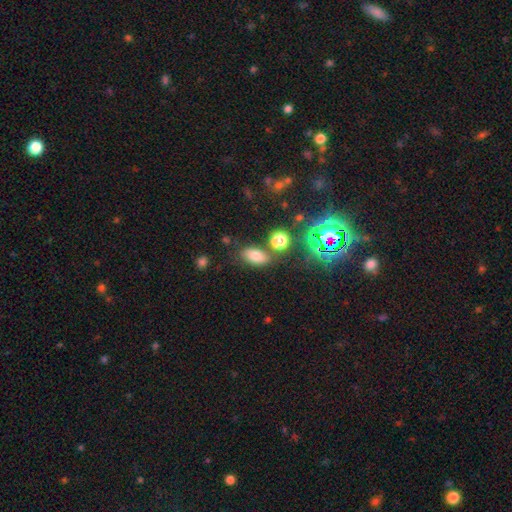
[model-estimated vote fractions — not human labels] A smooth galaxy with no disk features (70%) that is in between round and cigar-shaped (86%). Merging: none (75%).